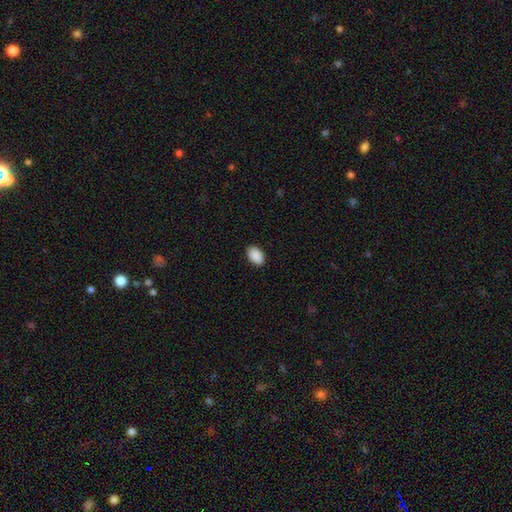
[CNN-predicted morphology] Smooth or featured? smooth (91%)
How rounded? in between (88%)
Merging? none (89%)